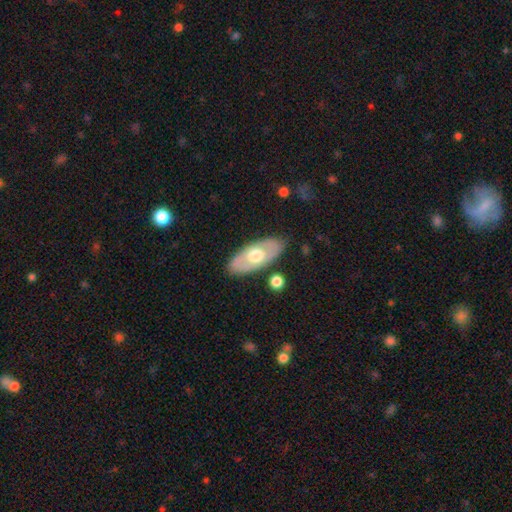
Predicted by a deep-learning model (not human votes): This is possibly a smooth galaxy (48%). Merging: clearly none (84%).